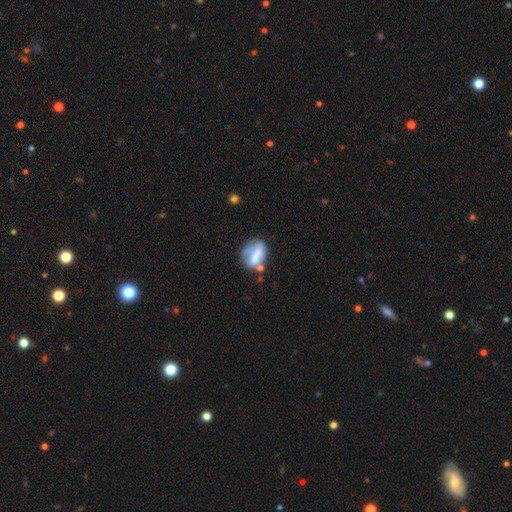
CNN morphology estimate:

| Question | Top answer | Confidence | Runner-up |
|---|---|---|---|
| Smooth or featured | smooth | 62% | featured or disk (29%) |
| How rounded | in between | 70% | round (25%) |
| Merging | none | 45% | minor disturbance (26%) |